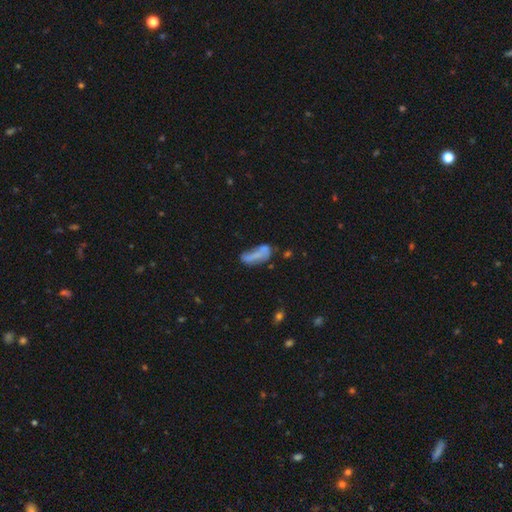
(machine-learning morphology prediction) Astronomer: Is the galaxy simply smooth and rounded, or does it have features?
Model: smooth — 58%.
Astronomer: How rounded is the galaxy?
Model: in between — 67%.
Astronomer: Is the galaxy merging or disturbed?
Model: none — 33% (runner-up: minor disturbance, 25%).